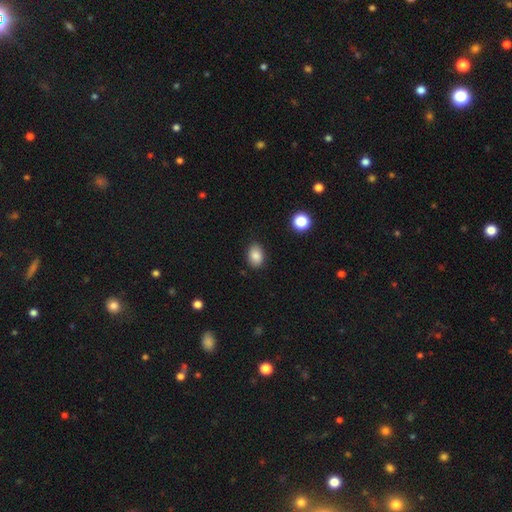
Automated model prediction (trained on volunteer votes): Overall: smooth (86%). How rounded: in between (78%). Merging: none (86%).